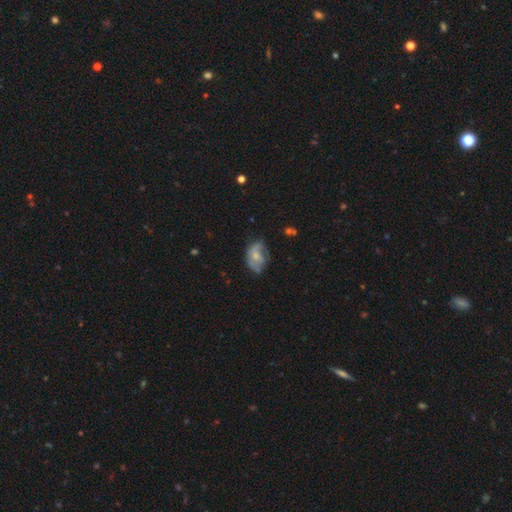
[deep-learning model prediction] The model was most divided on "smooth or featured": featured or disk: 51%, smooth: 41%, star or artifact: 8%. Remaining: edge-on disk — no (96%); merging — none (46%).